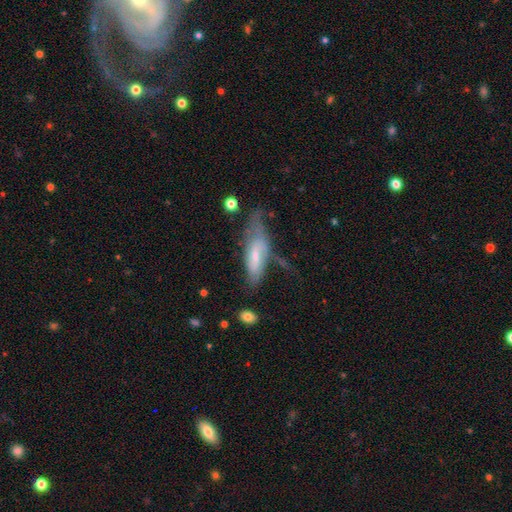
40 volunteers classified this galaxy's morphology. smooth_or_featured: featured or disk (p=0.55) [alt: smooth p=0.40]
disk_edge_on: no (p=0.82) [alt: yes p=0.18]
bar: no (p=0.56) [alt: weak p=0.39]
has_spiral_arms: yes (p=0.78) [alt: no p=0.22]
spiral_winding: loose (p=0.50) [alt: tight p=0.29]
spiral_arm_count: 2 (p=0.79) [alt: can't tell p=0.21]
bulge_size: small (p=0.61) [alt: moderate p=0.28]
merging: minor disturbance (p=0.39) [alt: major disturbance p=0.26]